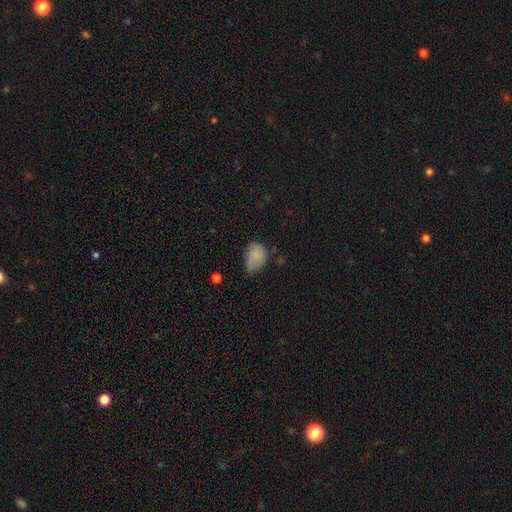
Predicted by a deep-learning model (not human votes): This is clearly a smooth galaxy (80%). How rounded: likely in between (68%). Merging: possibly minor disturbance (47%).